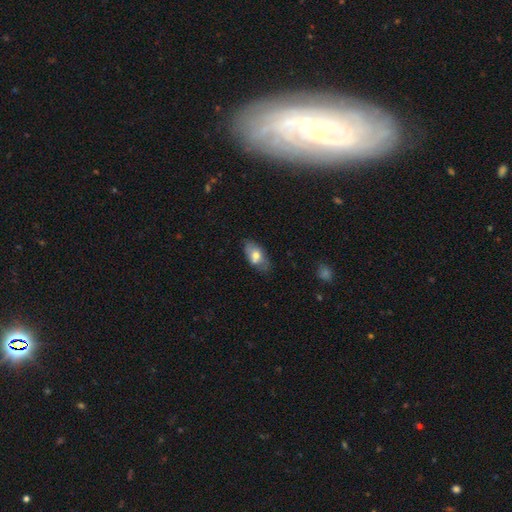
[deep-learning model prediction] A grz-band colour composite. It shows a smooth galaxy with no disk features (63%) that is in between round and cigar-shaped (91%). Merging: none (62%).